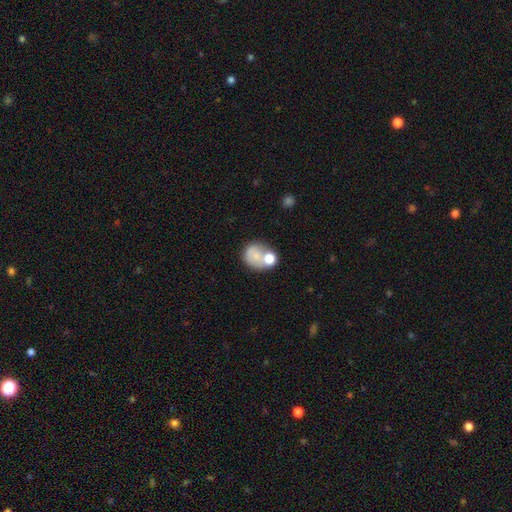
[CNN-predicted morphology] This is likely a smooth galaxy (70%). How rounded: likely round (69%). Merging: marginally none (38%).